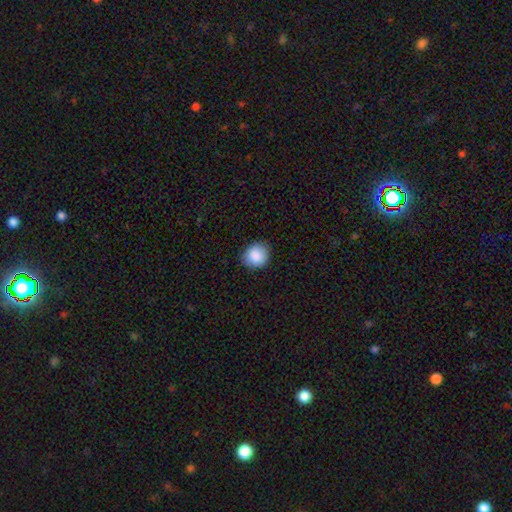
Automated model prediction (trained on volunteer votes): smooth-or-featured: smooth: 89% | star or artifact: 8% | featured or disk: 4%
  how-rounded: round: 79% | in between: 20% | cigar-shaped: 1%
  merging: none: 86% | minor disturbance: 11% | major disturbance: 2% | merger: 1%